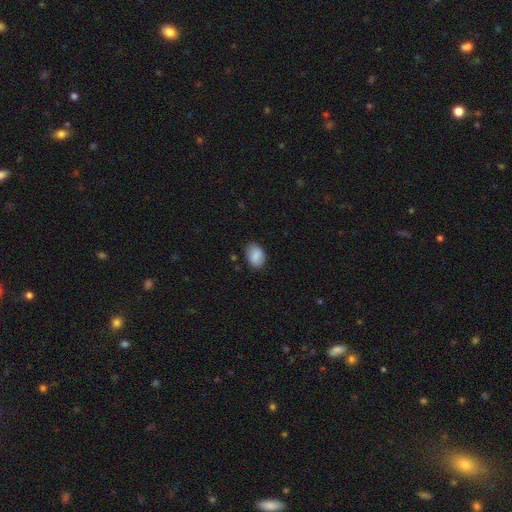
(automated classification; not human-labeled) Q: Smooth or featured?
A: smooth (86%); runner-up: star or artifact (7%)
Q: How rounded?
A: in between (80%); runner-up: round (19%)
Q: Merging?
A: none (77%); runner-up: minor disturbance (18%)